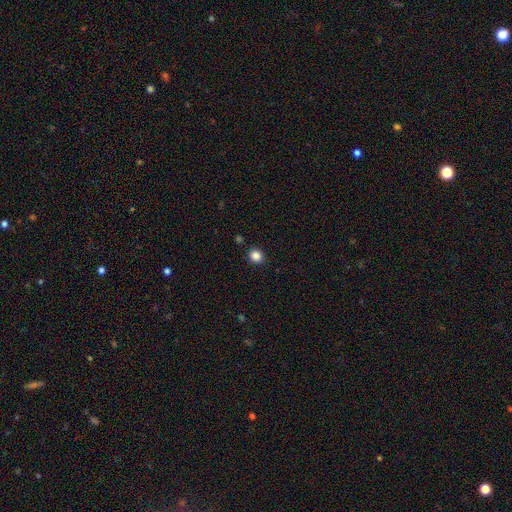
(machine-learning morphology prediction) smooth 86%, star or artifact 11%, featured or disk 3%. Down the decision tree: how rounded — round (79%); merging — none (90%).